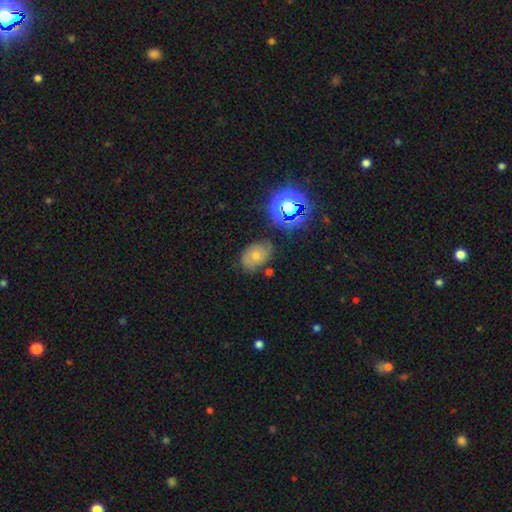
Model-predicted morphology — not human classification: A smooth galaxy with no disk features (52%) that is in between round and cigar-shaped (78%).

Vote fractions:
- Smooth or featured? smooth: 52% / featured or disk: 30% / star or artifact: 18%
- How rounded? in between: 78% / round: 21% / cigar-shaped: 1%
- Merging? none: 67% / minor disturbance: 22% / major disturbance: 7% / merger: 4%